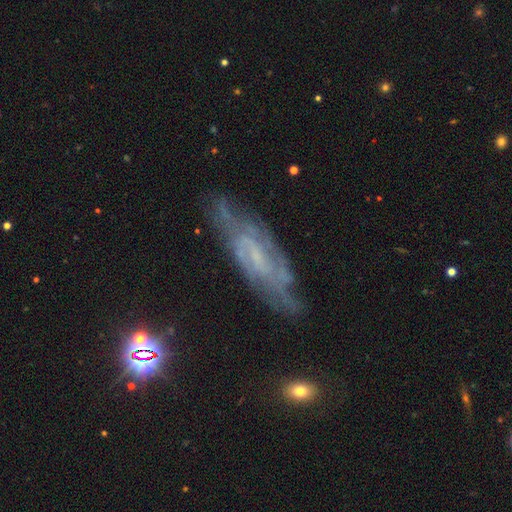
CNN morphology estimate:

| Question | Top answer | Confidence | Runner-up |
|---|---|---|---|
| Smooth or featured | featured or disk | 75% | smooth (14%) |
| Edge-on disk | no | 79% | yes (21%) |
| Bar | weak | 47% | no (36%) |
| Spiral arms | yes | 83% | no (17%) |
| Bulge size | small | 53% | none (30%) |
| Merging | none | 68% | minor disturbance (21%) |